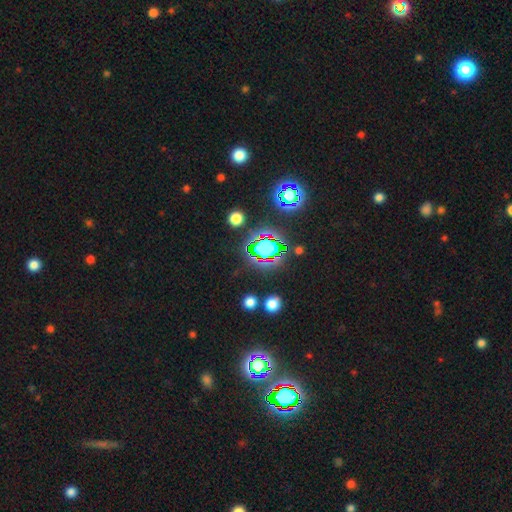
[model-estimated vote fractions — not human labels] Q: Smooth or featured?
A: star or artifact (75%); runner-up: smooth (15%)